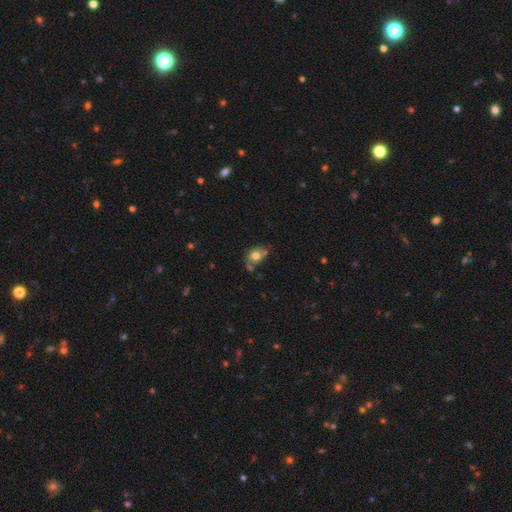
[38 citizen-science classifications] Smooth or featured?
  - smooth: 87% *
  - star or artifact: 8%
  - featured or disk: 5%
How rounded?
  - round: 76% *
  - in between: 24%
  - cigar-shaped: 0%
Merging?
  - none: 66% *
  - merger: 17%
  - minor disturbance: 14%
  - major disturbance: 3%